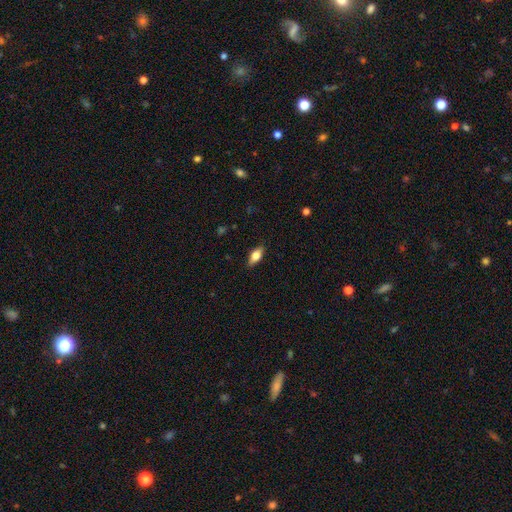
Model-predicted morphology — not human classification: This is likely a smooth galaxy (66%). How rounded: clearly in between (80%). Merging: clearly none (86%).